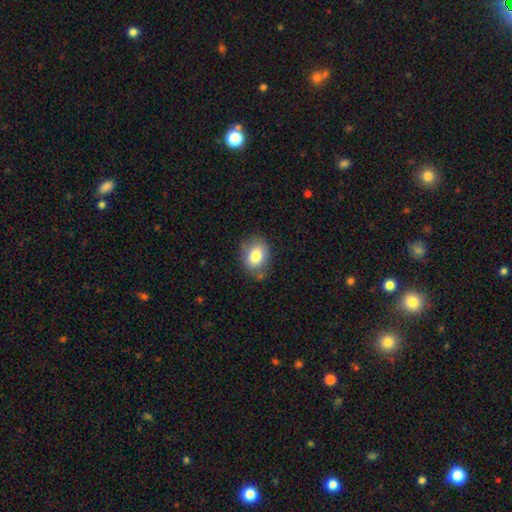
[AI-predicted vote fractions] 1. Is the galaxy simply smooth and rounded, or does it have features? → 79% smooth, 12% featured or disk, 9% star or artifact.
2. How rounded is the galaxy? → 59% in between, 40% round, 1% cigar-shaped.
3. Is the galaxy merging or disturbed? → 74% none, 19% minor disturbance, 4% major disturbance, 3% merger.